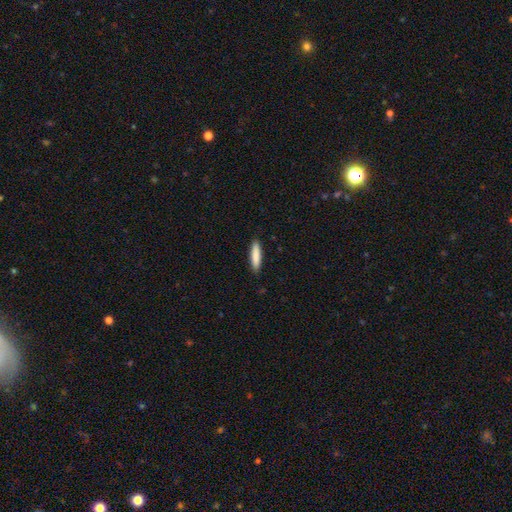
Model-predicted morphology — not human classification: type=smooth (86%); roundness=cigar-shaped (81%); merging=none (90%).